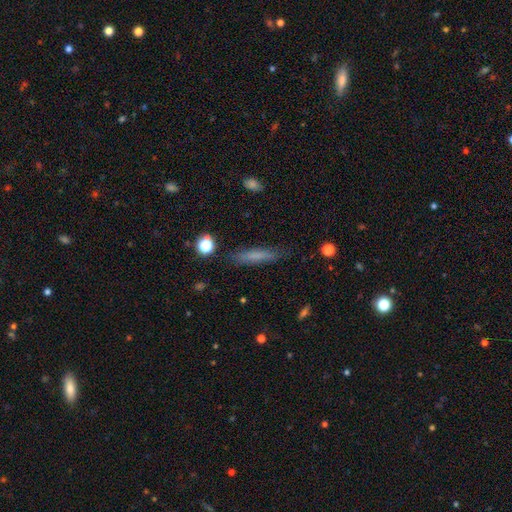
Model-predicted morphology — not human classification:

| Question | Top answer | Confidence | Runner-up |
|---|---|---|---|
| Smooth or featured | smooth | 68% | featured or disk (23%) |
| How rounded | cigar-shaped | 87% | in between (11%) |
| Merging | none | 83% | minor disturbance (13%) |